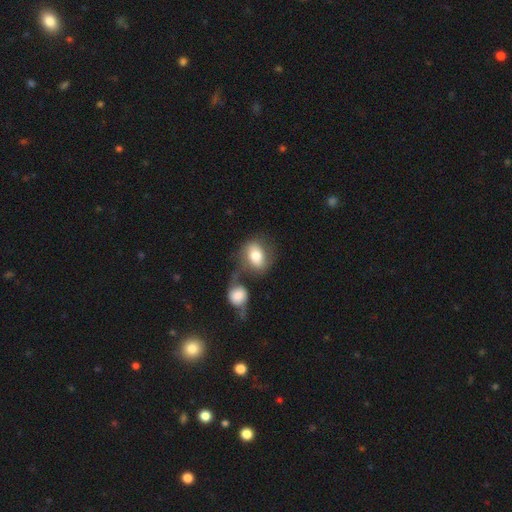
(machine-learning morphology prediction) Smooth or featured: smooth — 67% (featured or disk — 26%)
How rounded: in between — 63% (round — 35%)
Merging: merger — 42% (none — 34%)